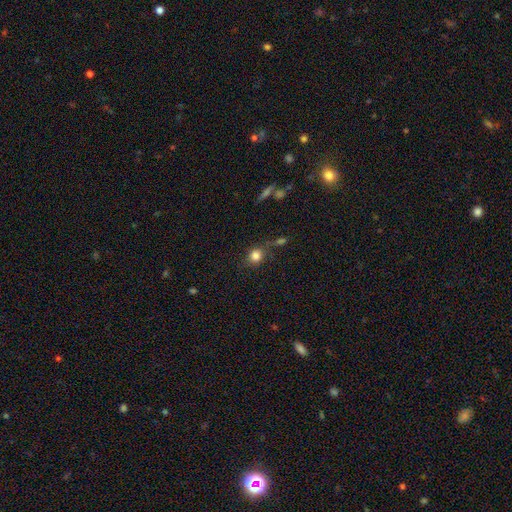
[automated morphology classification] smooth-or-featured: smooth: 82% | star or artifact: 11% | featured or disk: 7%
  how-rounded: round: 73% | in between: 26% | cigar-shaped: 1%
  merging: none: 72% | minor disturbance: 16% | merger: 7% | major disturbance: 6%